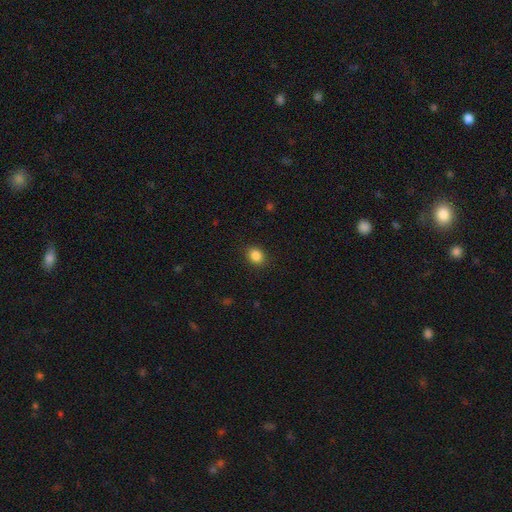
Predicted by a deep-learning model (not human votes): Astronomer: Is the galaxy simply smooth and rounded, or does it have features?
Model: smooth — 86%.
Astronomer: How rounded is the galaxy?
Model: round — 52% (runner-up: in between, 47%).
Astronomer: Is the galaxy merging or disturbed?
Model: none — 89%.